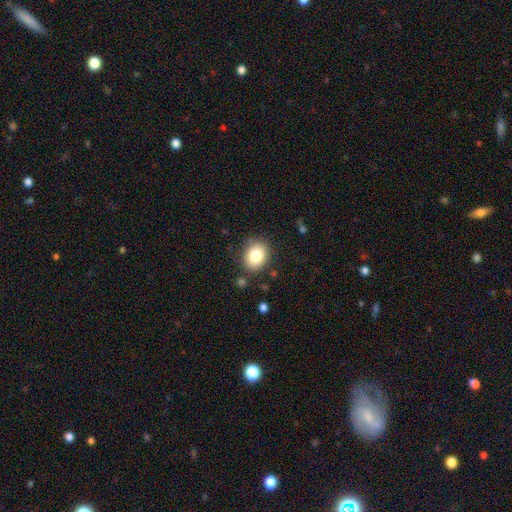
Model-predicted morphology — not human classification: Q: Smooth or featured?
A: smooth (82%); runner-up: star or artifact (9%)
Q: How rounded?
A: round (50%); runner-up: in between (49%)
Q: Merging?
A: none (83%); runner-up: minor disturbance (11%)